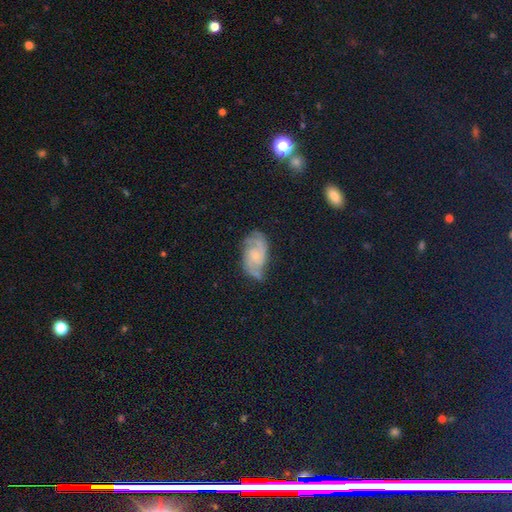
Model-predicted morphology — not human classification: Q: Smooth or featured?
A: featured or disk (75%); runner-up: smooth (15%)
Q: Edge-on disk?
A: no (97%); runner-up: yes (3%)
Q: Bar?
A: no (63%); runner-up: weak (32%)
Q: Spiral arms?
A: yes (95%); runner-up: no (5%)
Q: Spiral winding?
A: medium (48%); runner-up: tight (33%)
Q: Spiral arm count?
A: 2 (76%); runner-up: can't tell (10%)
Q: Bulge size?
A: small (66%); runner-up: moderate (22%)
Q: Merging?
A: none (67%); runner-up: minor disturbance (22%)